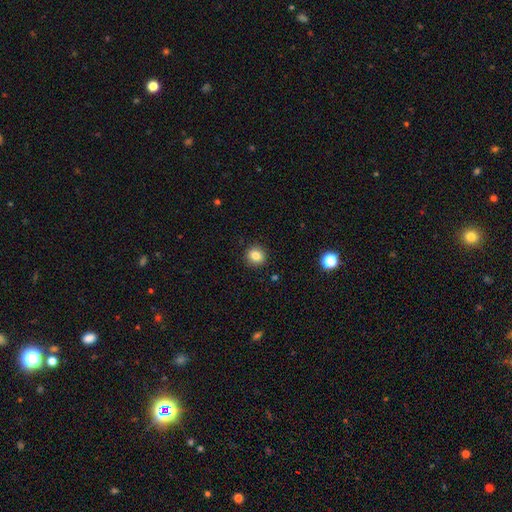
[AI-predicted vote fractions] smooth 83%, star or artifact 11%, featured or disk 6%. Down the decision tree: how rounded — round (85%); merging — none (91%).